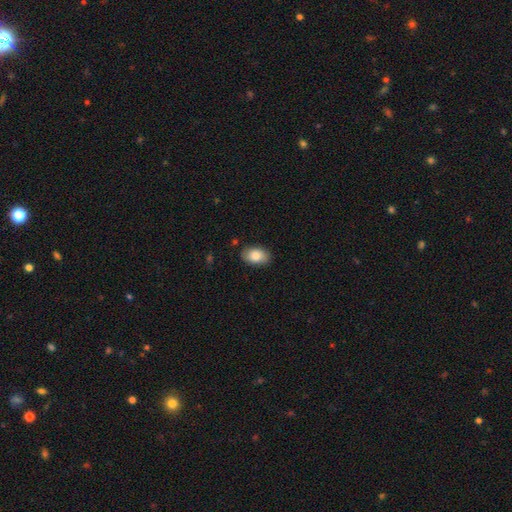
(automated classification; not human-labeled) The model was most divided on "merging": none: 84%, minor disturbance: 12%, major disturbance: 2%, merger: 1%. More confident: how rounded — in between (89%); smooth or featured — smooth (85%).